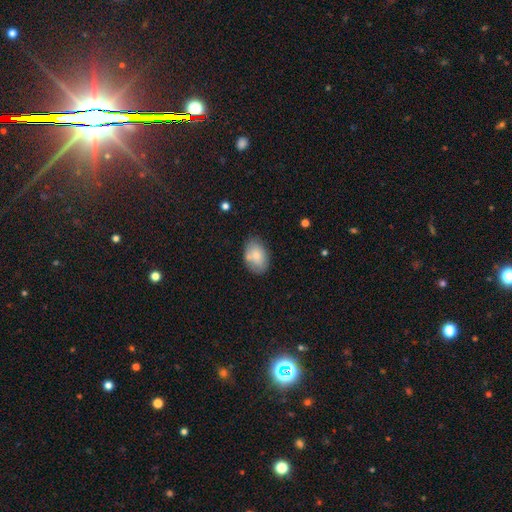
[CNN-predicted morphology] type=smooth (76%); roundness=in between (88%); merging=none (70%).